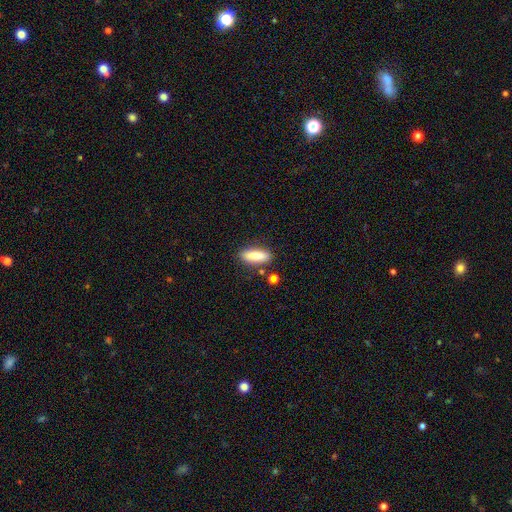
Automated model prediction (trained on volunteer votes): Overall: smooth (84%). How rounded: in between (57%; cigar-shaped 40%). Merging: none (80%).